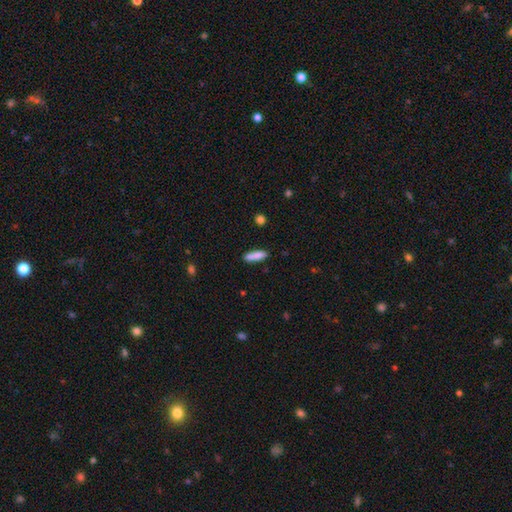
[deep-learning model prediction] smooth-or-featured: smooth: 86% | featured or disk: 8% | star or artifact: 7%
  how-rounded: cigar-shaped: 71% | in between: 27% | round: 2%
  merging: none: 85% | minor disturbance: 11% | merger: 2% | major disturbance: 2%